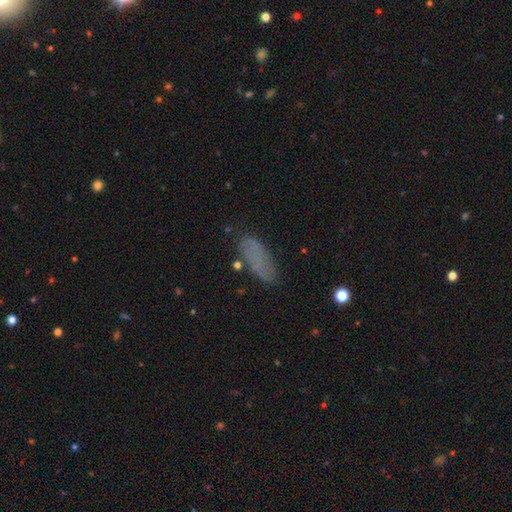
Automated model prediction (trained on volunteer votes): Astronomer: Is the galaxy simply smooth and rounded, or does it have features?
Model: smooth — 68%.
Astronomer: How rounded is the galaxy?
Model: in between — 67%.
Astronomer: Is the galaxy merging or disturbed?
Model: none — 73%.